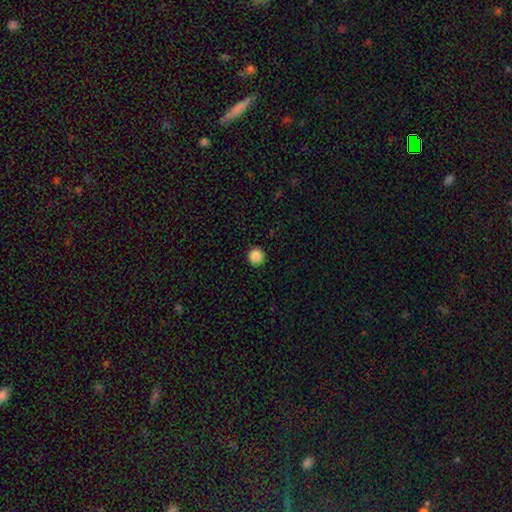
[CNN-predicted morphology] Q: Smooth or featured?
A: smooth (87%); runner-up: star or artifact (10%)
Q: How rounded?
A: round (95%); runner-up: in between (4%)
Q: Merging?
A: none (92%); runner-up: minor disturbance (5%)